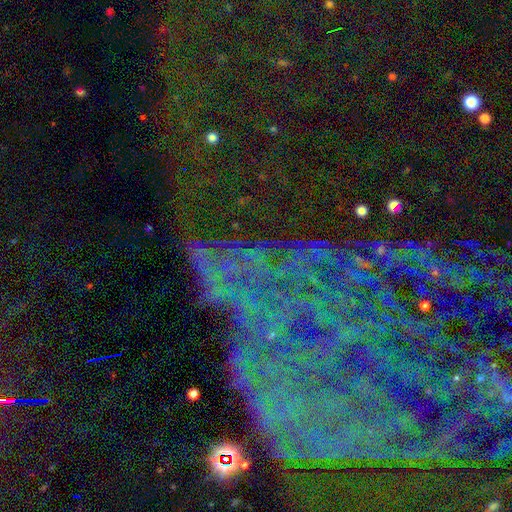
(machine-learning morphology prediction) Smooth or featured: star or artifact — 68% (featured or disk — 20%)